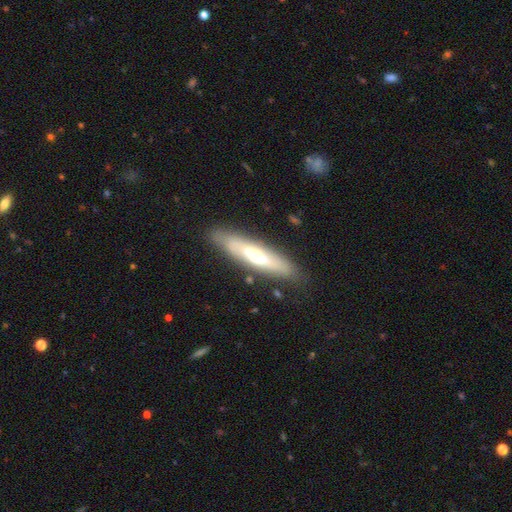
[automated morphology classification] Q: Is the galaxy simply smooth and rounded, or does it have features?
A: featured or disk — 52%.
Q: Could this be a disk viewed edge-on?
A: yes — 62%.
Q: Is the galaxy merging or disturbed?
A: none — 83%.